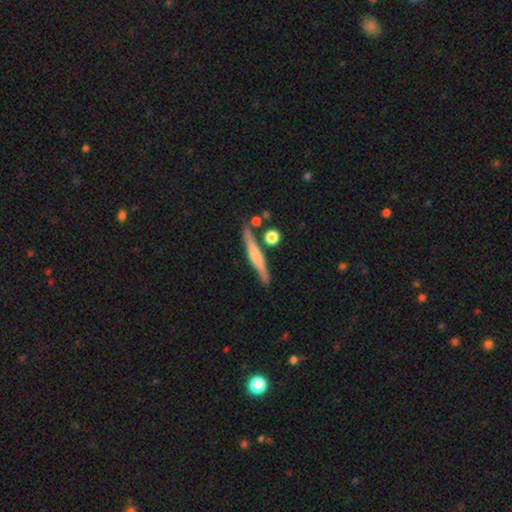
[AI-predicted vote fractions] A featured or disk galaxy (52%) viewed edge-on (95%). Merging: none (79%).